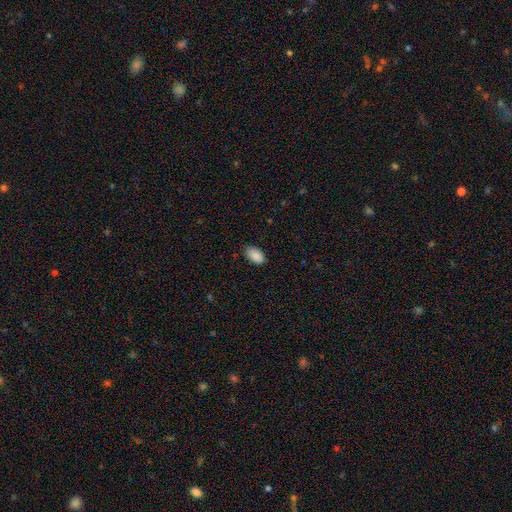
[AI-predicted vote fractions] The model was most divided on "merging": none: 81%, minor disturbance: 16%, major disturbance: 3%, merger: 1%. More confident: how rounded — in between (93%); smooth or featured — smooth (89%).